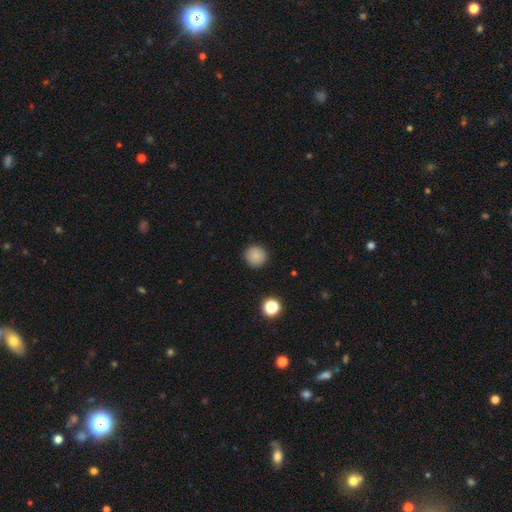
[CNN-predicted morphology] Overall: smooth (83%). How rounded: round (95%). Merging: none (91%).